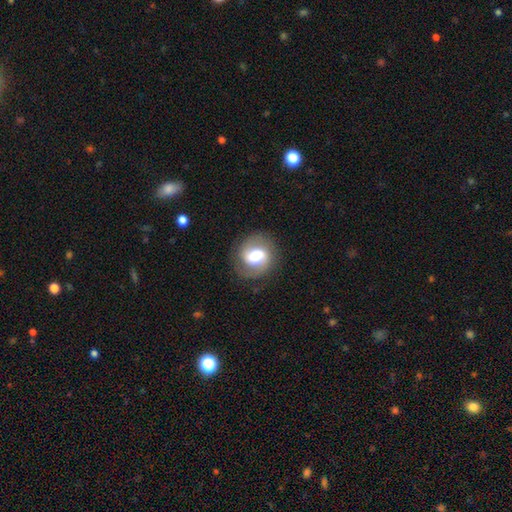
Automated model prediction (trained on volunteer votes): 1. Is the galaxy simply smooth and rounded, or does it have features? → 62% featured or disk, 31% smooth, 8% star or artifact.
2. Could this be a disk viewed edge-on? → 97% no, 3% yes.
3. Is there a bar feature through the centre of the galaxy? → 43% weak, 37% no, 20% strong.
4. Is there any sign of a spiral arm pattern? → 85% yes, 15% no.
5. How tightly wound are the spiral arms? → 45% medium, 31% tight, 24% loose.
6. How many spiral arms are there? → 85% 2, 6% 1, 6% can't tell, 1% 3, 1% 4, 1% more than 4.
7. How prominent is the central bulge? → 53% moderate, 32% large, 8% small, 5% dominant, 1% none.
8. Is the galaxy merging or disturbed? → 82% none, 11% minor disturbance, 6% major disturbance, 1% merger.